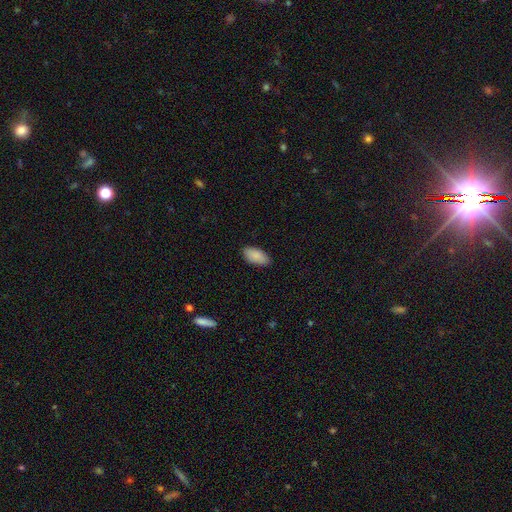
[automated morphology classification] Smooth or featured: smooth — 88% (star or artifact — 6%)
How rounded: in between — 93% (cigar-shaped — 5%)
Merging: none — 86% (minor disturbance — 11%)